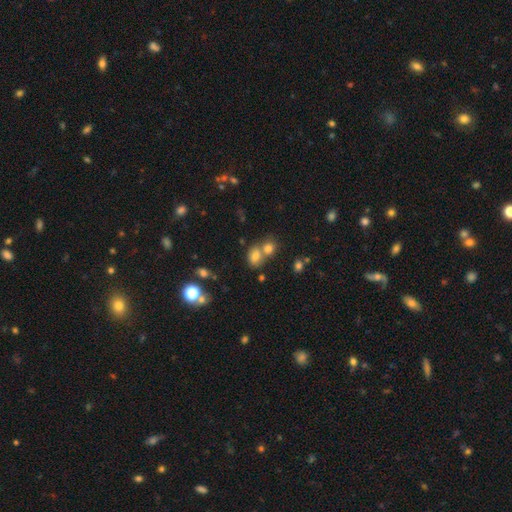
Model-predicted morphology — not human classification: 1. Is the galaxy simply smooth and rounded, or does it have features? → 72% smooth, 17% star or artifact, 11% featured or disk.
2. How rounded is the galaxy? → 58% in between, 41% round, 1% cigar-shaped.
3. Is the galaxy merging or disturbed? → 47% merger, 40% none, 9% minor disturbance, 4% major disturbance.